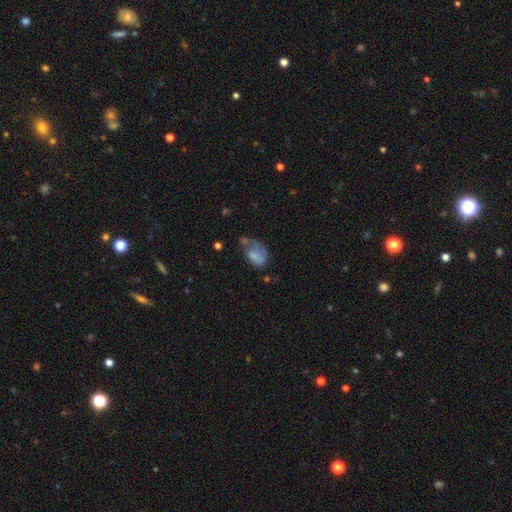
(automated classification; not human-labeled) Q: Smooth or featured?
A: smooth (50%); runner-up: featured or disk (40%)
Q: How rounded?
A: in between (86%); runner-up: round (11%)
Q: Merging?
A: major disturbance (43%); runner-up: none (24%)